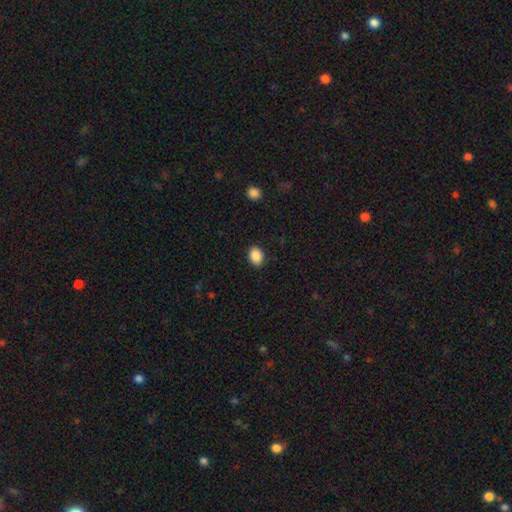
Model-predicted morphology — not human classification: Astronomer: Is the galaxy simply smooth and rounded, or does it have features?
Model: smooth — 89%.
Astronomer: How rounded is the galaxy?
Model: in between — 60% (runner-up: round, 40%).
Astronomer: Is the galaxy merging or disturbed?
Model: none — 90%.